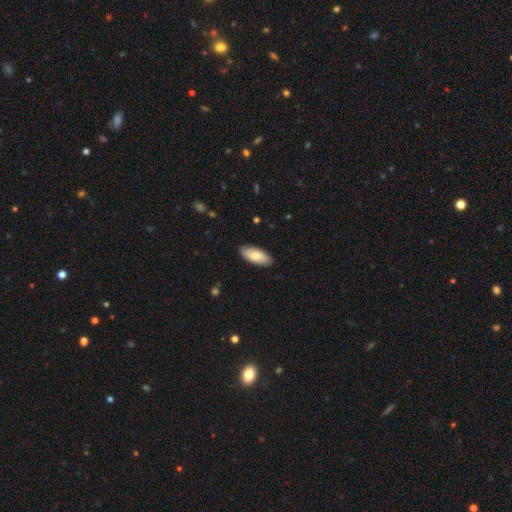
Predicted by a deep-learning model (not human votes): A smooth galaxy with no disk features (78%) that is in between round and cigar-shaped (87%).

Vote fractions:
- Smooth or featured? smooth: 78% / featured or disk: 17% / star or artifact: 5%
- How rounded? in between: 87% / cigar-shaped: 12% / round: 2%
- Merging? none: 88% / minor disturbance: 10% / major disturbance: 2% / merger: 1%